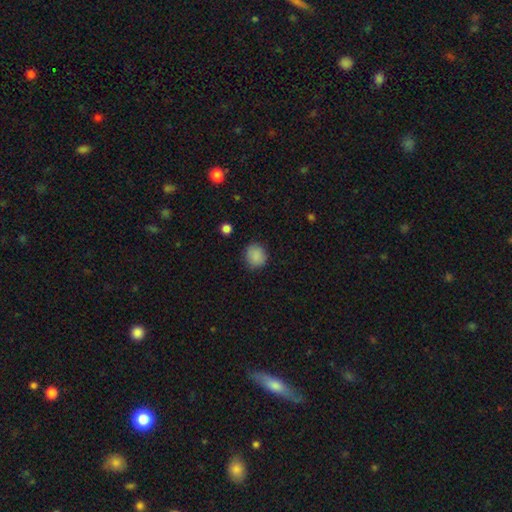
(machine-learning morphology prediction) This appears to be a smooth galaxy with no disk features (87%) that is round (81%). Merging: none (85%).